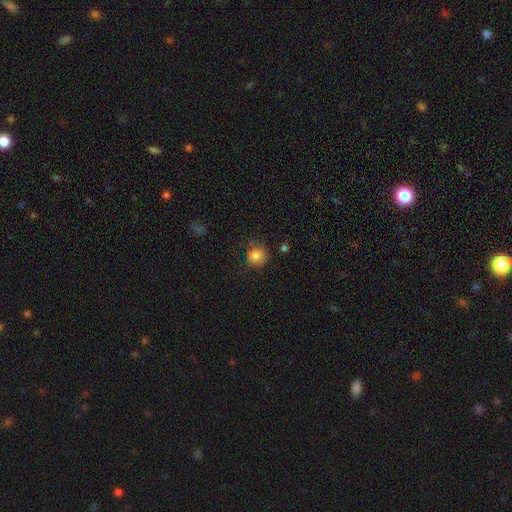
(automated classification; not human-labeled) This is clearly a smooth galaxy (84%). How rounded: clearly round (90%). Merging: likely none (78%).